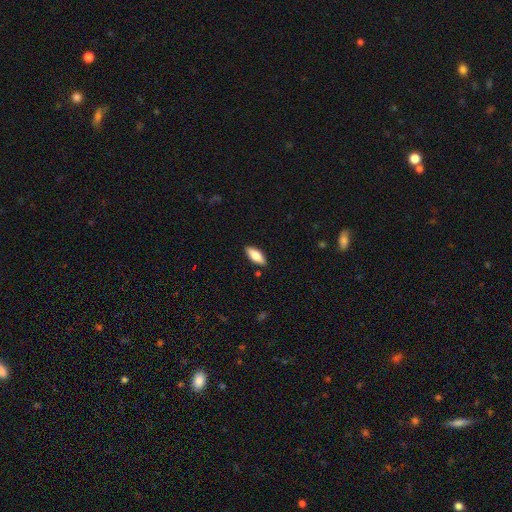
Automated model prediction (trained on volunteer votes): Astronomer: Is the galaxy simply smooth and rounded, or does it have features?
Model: smooth — 81%.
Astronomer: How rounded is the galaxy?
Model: in between — 78%.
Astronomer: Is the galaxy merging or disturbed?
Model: none — 88%.